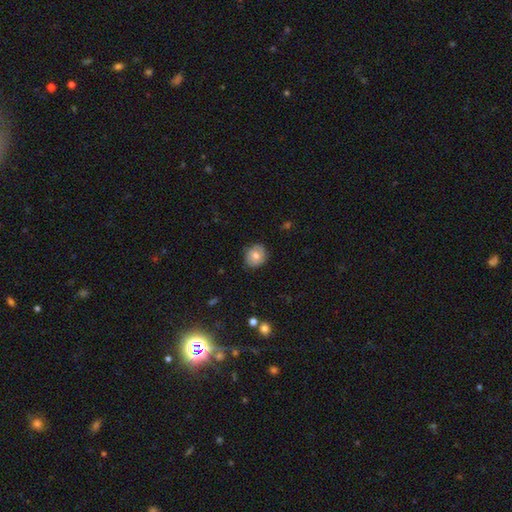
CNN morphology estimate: This appears to be a smooth galaxy with no disk features (71%) that is round (82%). Merging: none (82%).